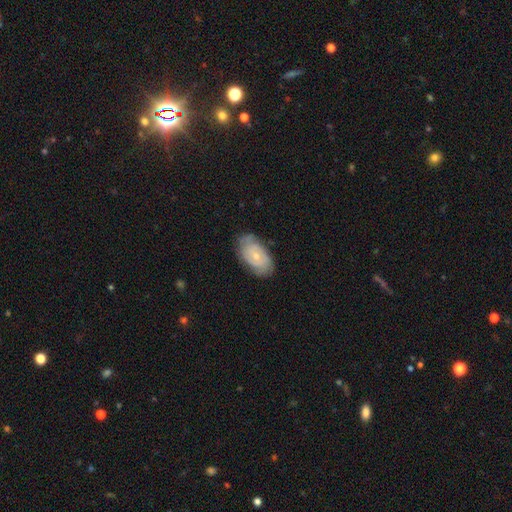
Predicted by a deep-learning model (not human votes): This appears to be a featured or disk galaxy (68%) with no bar (72%), 2 (43%) tight (66%) spiral arms (87%) and a small central bulge (65%). Merging: none (74%).